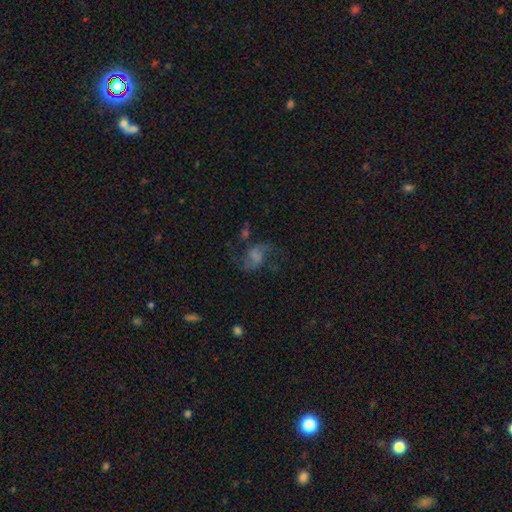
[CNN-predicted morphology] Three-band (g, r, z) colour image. It shows a featured or disk galaxy (59%) with no bar (48%), spiral arms (85%) and no central bulge (43%). Merging: none (57%).